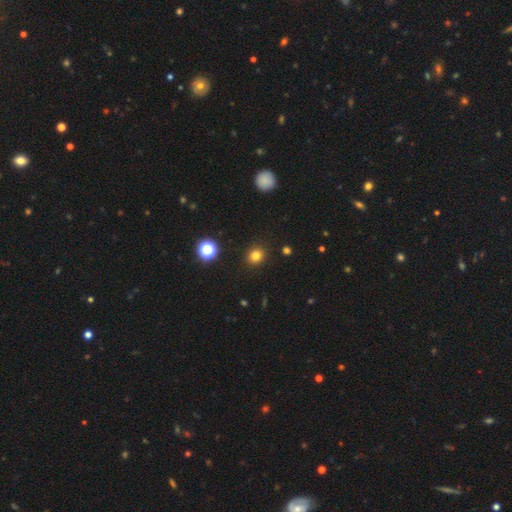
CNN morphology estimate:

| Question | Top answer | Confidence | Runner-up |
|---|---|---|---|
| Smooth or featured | smooth | 80% | star or artifact (14%) |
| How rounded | round | 82% | in between (17%) |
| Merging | none | 91% | minor disturbance (6%) |